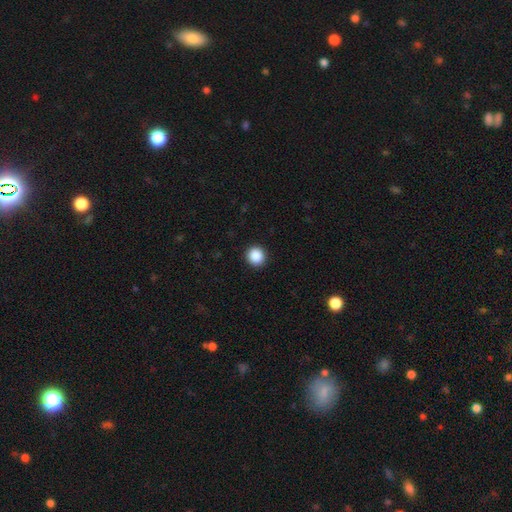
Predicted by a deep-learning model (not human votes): Smooth or featured? smooth (88%)
How rounded? round (94%)
Merging? none (93%)